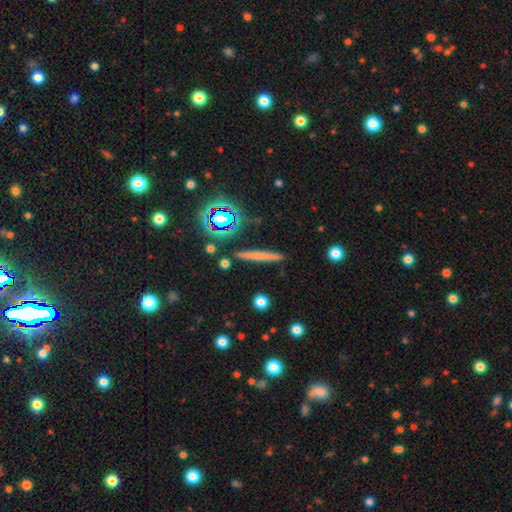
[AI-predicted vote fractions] Smooth or featured?
  - smooth: 52% *
  - featured or disk: 34%
  - star or artifact: 15%
How rounded?
  - cigar-shaped: 91% *
  - round: 5%
  - in between: 4%
Merging?
  - none: 89% *
  - minor disturbance: 7%
  - merger: 2%
  - major disturbance: 2%